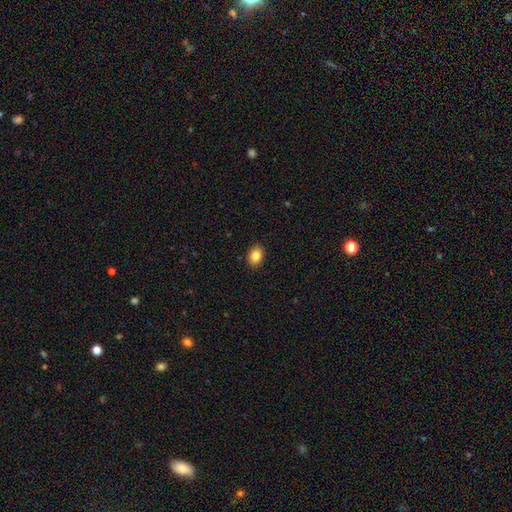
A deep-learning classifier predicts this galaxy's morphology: smooth 84%, star or artifact 9%, featured or disk 7%. Down the decision tree: how rounded — in between (70%); merging — none (90%).